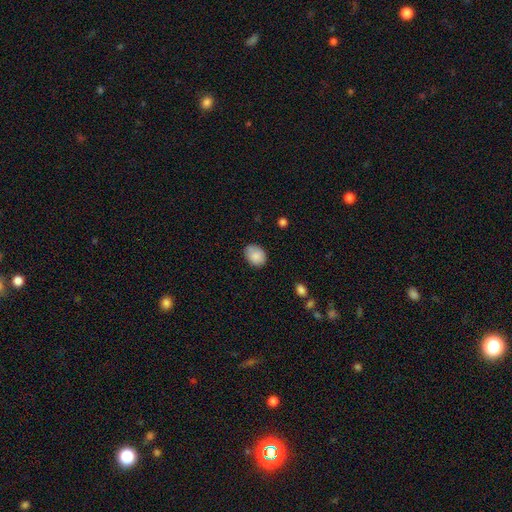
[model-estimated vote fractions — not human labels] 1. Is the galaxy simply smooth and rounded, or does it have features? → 87% smooth, 8% star or artifact, 6% featured or disk.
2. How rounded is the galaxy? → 57% in between, 43% round, 1% cigar-shaped.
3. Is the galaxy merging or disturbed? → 77% none, 19% minor disturbance, 3% major disturbance, 1% merger.